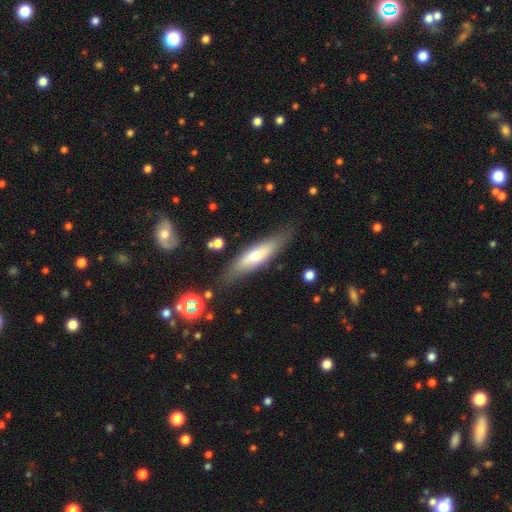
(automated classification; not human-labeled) This appears to be a smooth galaxy with no disk features (56%) that is cigar-shaped (69%). Merging: none (78%).